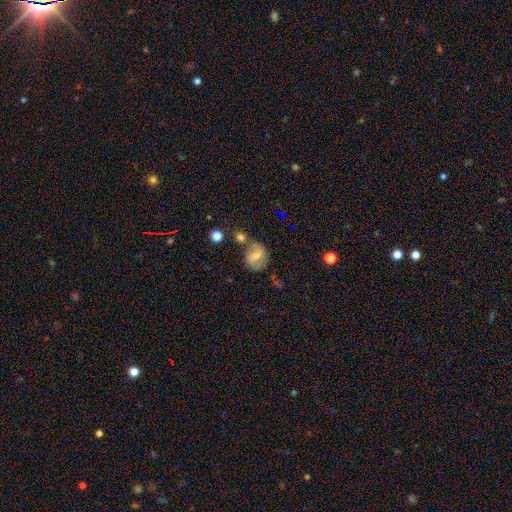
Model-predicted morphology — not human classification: Smooth or featured? featured or disk (45%)
Merging? none (51%)